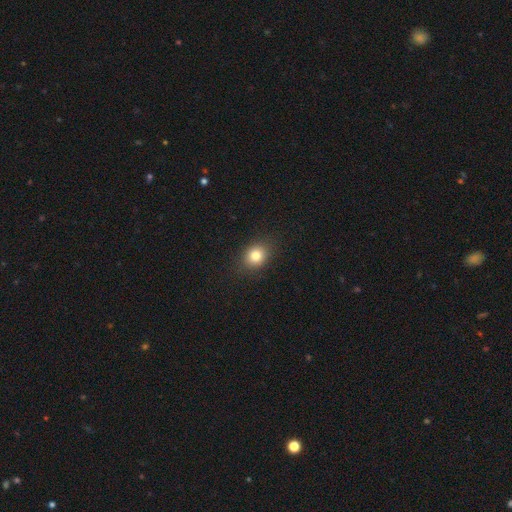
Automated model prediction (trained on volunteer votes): Smooth or featured?
  - smooth: 81% *
  - star or artifact: 12%
  - featured or disk: 8%
How rounded?
  - round: 59% *
  - in between: 39%
  - cigar-shaped: 1%
Merging?
  - none: 87% *
  - minor disturbance: 9%
  - major disturbance: 3%
  - merger: 1%